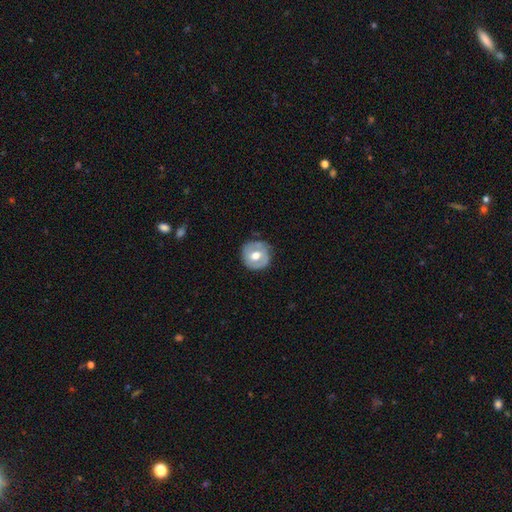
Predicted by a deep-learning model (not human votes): Smooth or featured?
  - featured or disk: 49% *
  - smooth: 45%
  - star or artifact: 6%
Merging?
  - none: 79% *
  - minor disturbance: 16%
  - major disturbance: 4%
  - merger: 1%